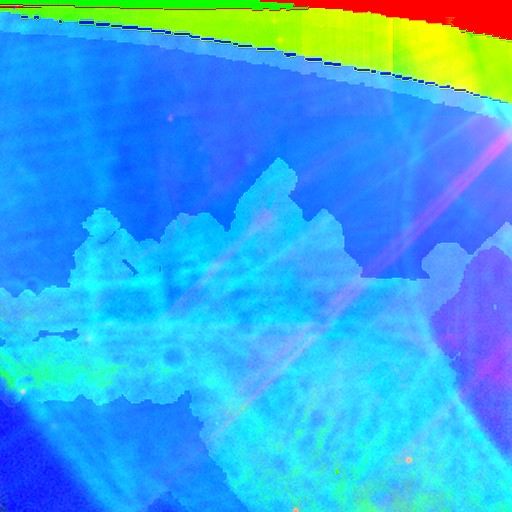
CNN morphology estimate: A star or artifact, not a galaxy (86%).